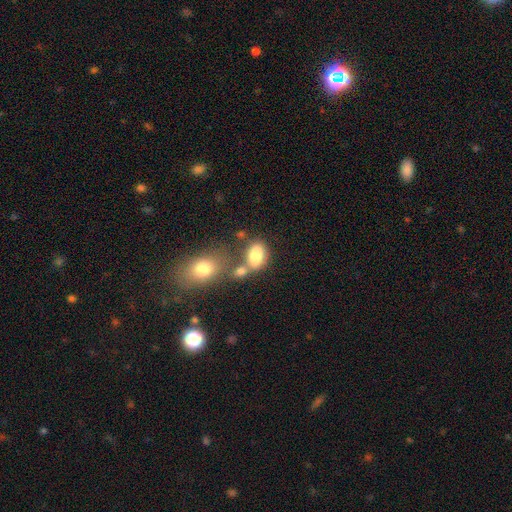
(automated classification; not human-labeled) Smooth or featured? Predicted: smooth (p=0.80). How rounded? Predicted: in between (p=0.84). Merging? Predicted: none (p=0.48).